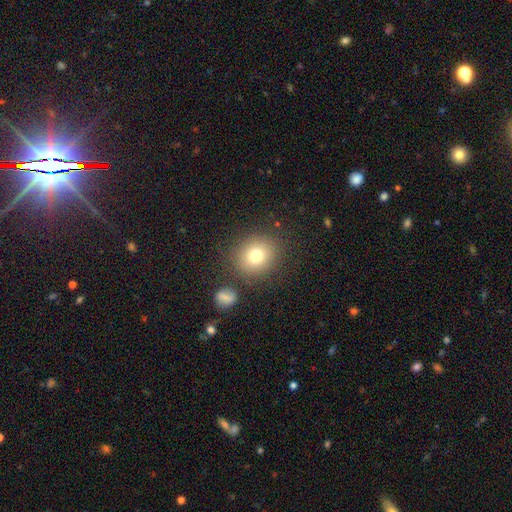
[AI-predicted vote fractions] smooth_or_featured: smooth (p=0.76) [alt: star or artifact p=0.13]
how_rounded: round (p=0.78) [alt: in between p=0.21]
merging: none (p=0.82) [alt: minor disturbance p=0.10]